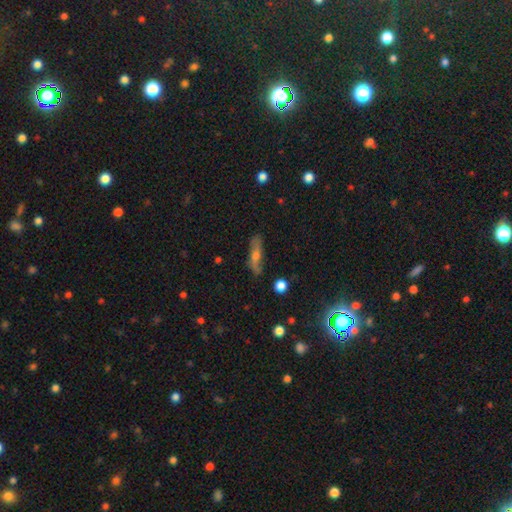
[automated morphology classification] Smooth or featured: featured or disk — 45% (smooth — 44%)
Merging: none — 78% (minor disturbance — 16%)